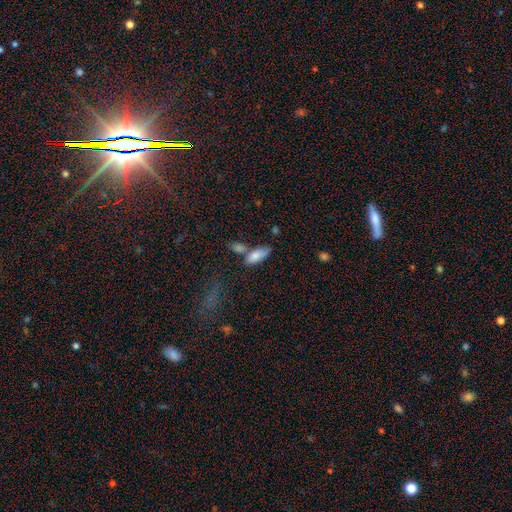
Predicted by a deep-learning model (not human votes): Smooth or featured?
  - smooth: 79% *
  - featured or disk: 13%
  - star or artifact: 7%
How rounded?
  - in between: 76% *
  - cigar-shaped: 22%
  - round: 3%
Merging?
  - none: 47% *
  - merger: 30%
  - minor disturbance: 16%
  - major disturbance: 6%